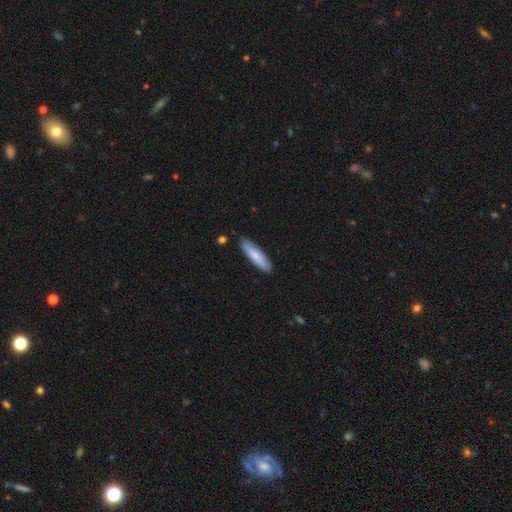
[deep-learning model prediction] Smooth or featured? smooth (75%)
How rounded? cigar-shaped (74%)
Merging? none (86%)